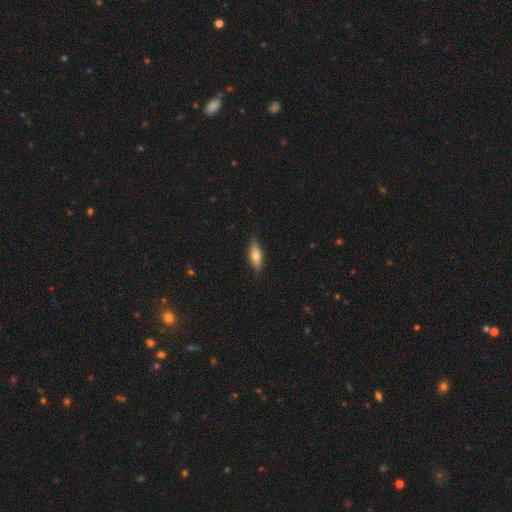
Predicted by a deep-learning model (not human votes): The model was most divided on "how rounded": in between: 52%, cigar-shaped: 45%, round: 3%. More confident: merging — none (84%); smooth or featured — smooth (62%).